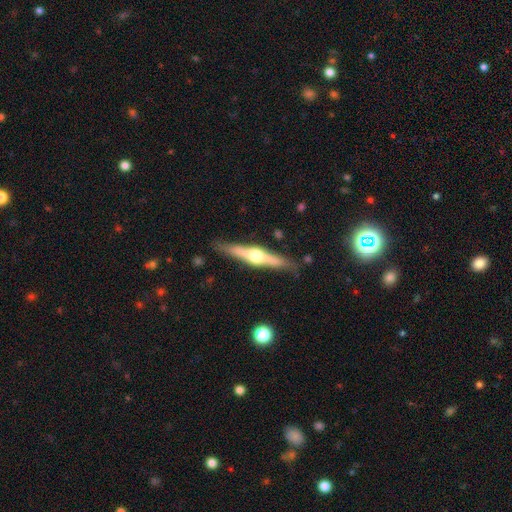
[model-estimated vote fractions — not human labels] Smooth or featured?
  - featured or disk: 72% *
  - smooth: 23%
  - star or artifact: 5%
Edge-on disk?
  - yes: 97% *
  - no: 3%
Edge-on bulge?
  - rounded: 92% *
  - boxy: 5%
  - none: 2%
Merging?
  - none: 86% *
  - minor disturbance: 10%
  - major disturbance: 2%
  - merger: 2%